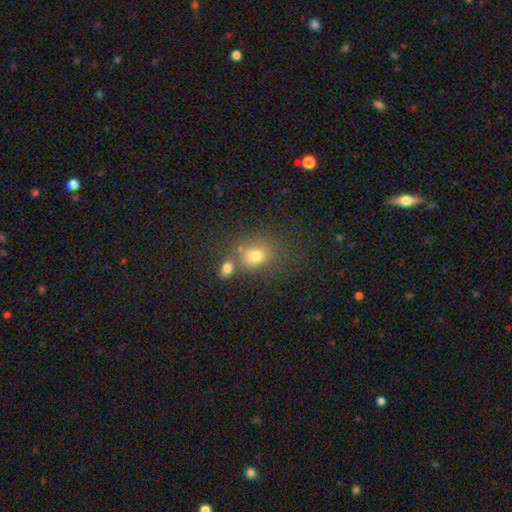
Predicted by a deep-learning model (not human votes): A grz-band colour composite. It shows a smooth galaxy with no disk features (73%) that is in between round and cigar-shaped (50%). Merging: none (55%).